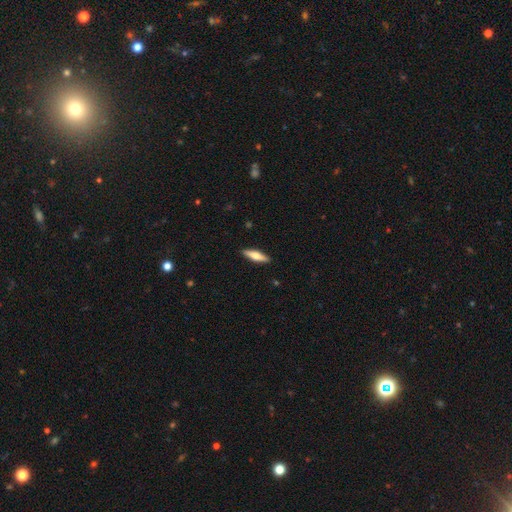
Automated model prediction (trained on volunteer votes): Smooth or featured? Predicted: smooth (p=0.60). How rounded? Predicted: cigar-shaped (p=0.66). Merging? Predicted: none (p=0.90).